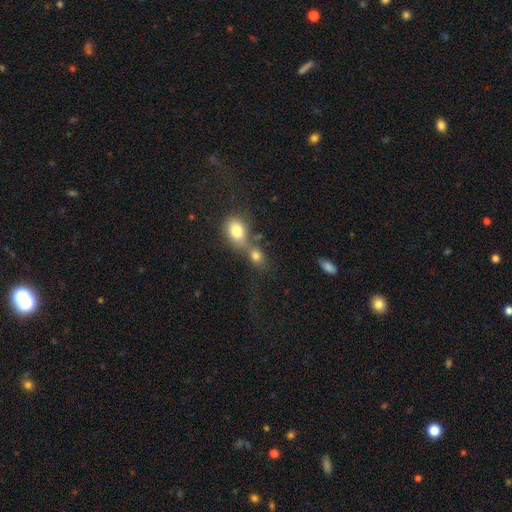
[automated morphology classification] Smooth or featured? smooth (78%)
How rounded? round (50%)
Merging? merger (57%)